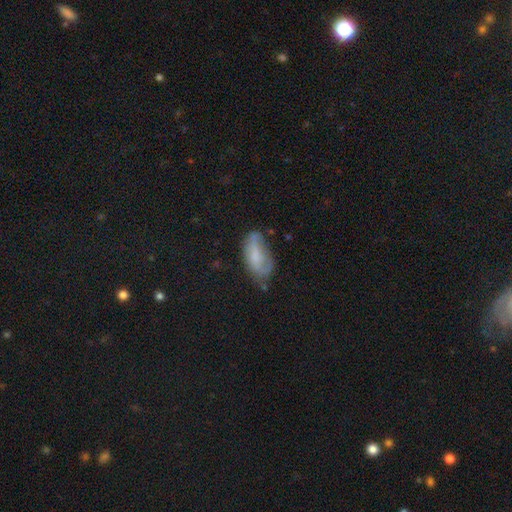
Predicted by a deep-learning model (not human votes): A smooth galaxy with no disk features (58%) that is in between round and cigar-shaped (87%). Merging: none (41%).